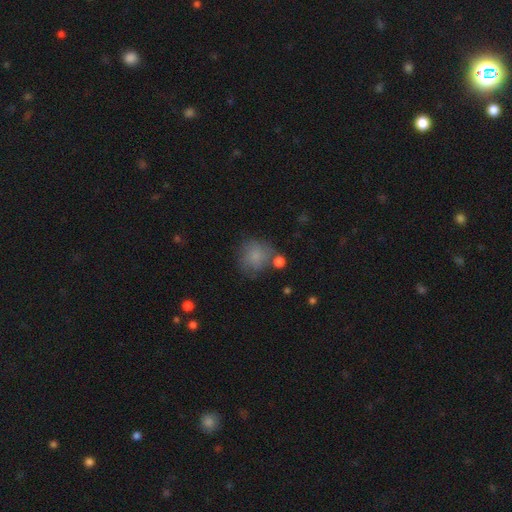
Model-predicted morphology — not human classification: Overall: smooth (78%). How rounded: round (84%). Merging: none (60%; minor disturbance 21%).